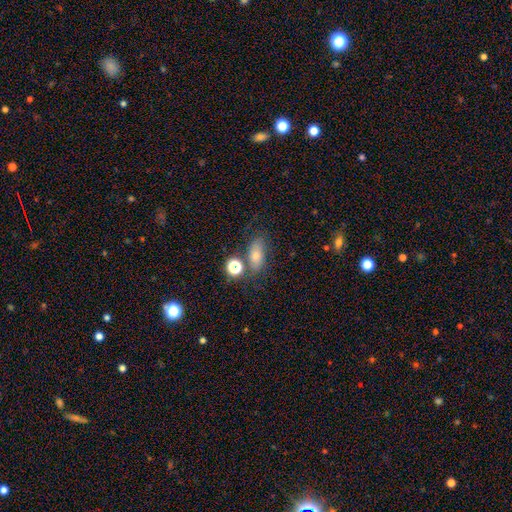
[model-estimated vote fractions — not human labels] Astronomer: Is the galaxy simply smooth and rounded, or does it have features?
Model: smooth — 61%.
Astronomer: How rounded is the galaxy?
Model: in between — 74%.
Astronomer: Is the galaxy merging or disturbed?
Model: none — 64%.